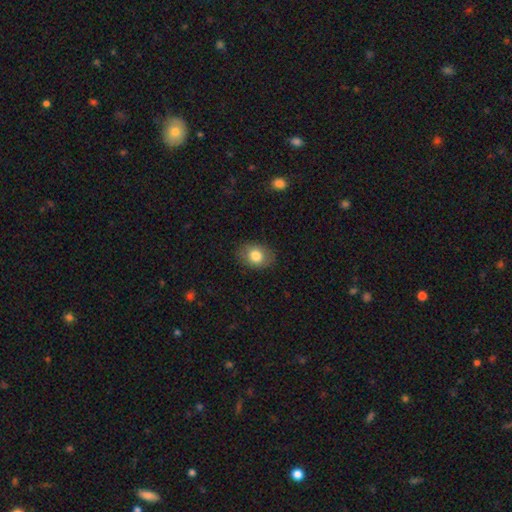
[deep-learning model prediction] smooth 81%, featured or disk 11%, star or artifact 8%. Down the decision tree: how rounded — in between (66%); merging — none (85%).